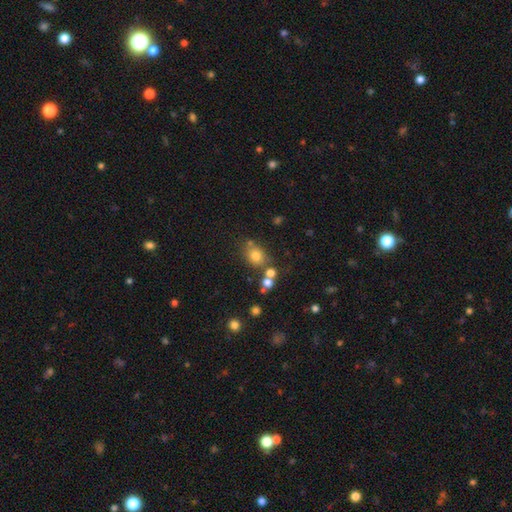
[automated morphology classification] Q: Smooth or featured?
A: smooth (75%); runner-up: star or artifact (15%)
Q: How rounded?
A: round (58%); runner-up: in between (41%)
Q: Merging?
A: none (62%); runner-up: merger (18%)